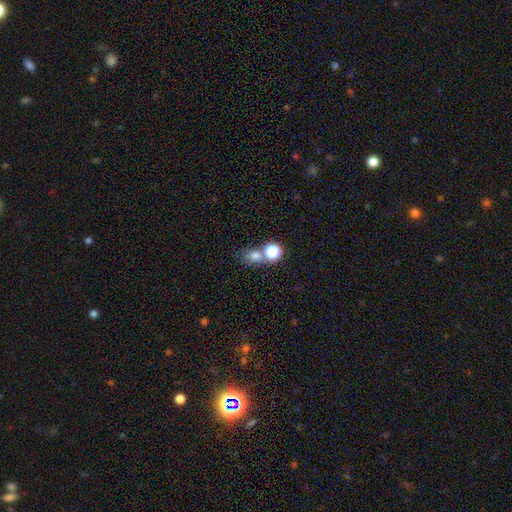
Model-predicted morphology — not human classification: This appears to be a smooth galaxy with no disk features (68%) that is round (59%). Merging: none (49%).